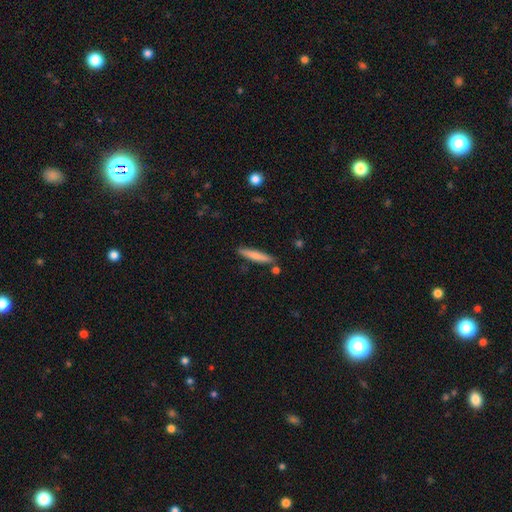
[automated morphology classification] Q: Smooth or featured?
A: smooth (74%); runner-up: featured or disk (20%)
Q: How rounded?
A: cigar-shaped (92%); runner-up: in between (7%)
Q: Merging?
A: none (83%); runner-up: minor disturbance (10%)